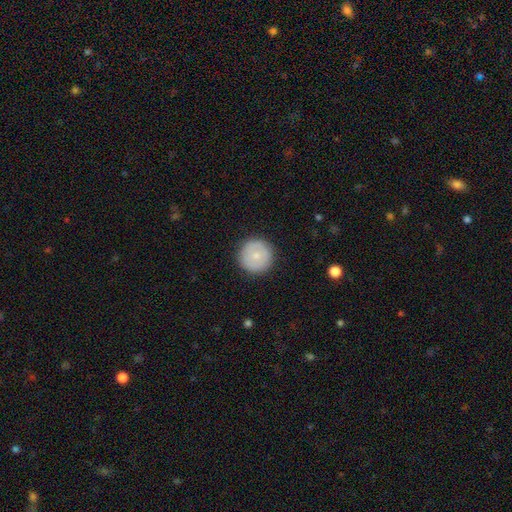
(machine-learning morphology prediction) type=smooth (68%); roundness=round (96%); merging=none (90%).